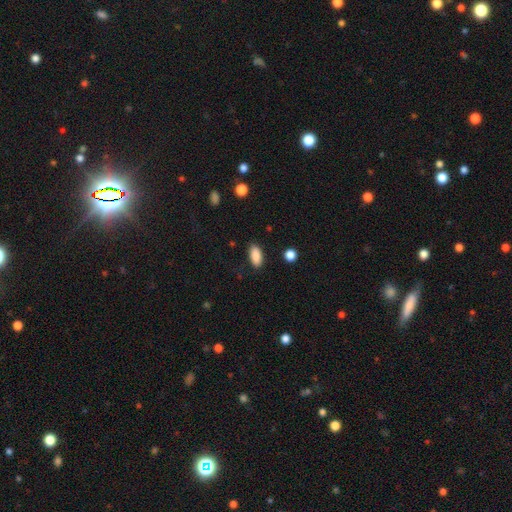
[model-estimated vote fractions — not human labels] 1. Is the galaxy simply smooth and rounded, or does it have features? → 88% smooth, 7% star or artifact, 4% featured or disk.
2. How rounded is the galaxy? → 89% in between, 8% cigar-shaped, 3% round.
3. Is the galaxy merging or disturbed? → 86% none, 10% minor disturbance, 3% major disturbance, 1% merger.